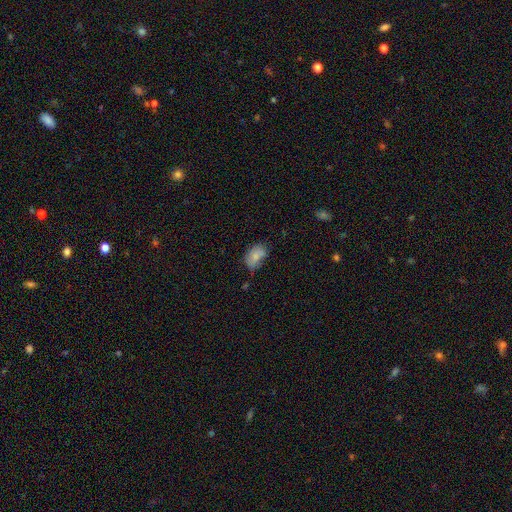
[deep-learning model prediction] Smooth or featured? smooth (76%)
How rounded? in between (84%)
Merging? none (46%)